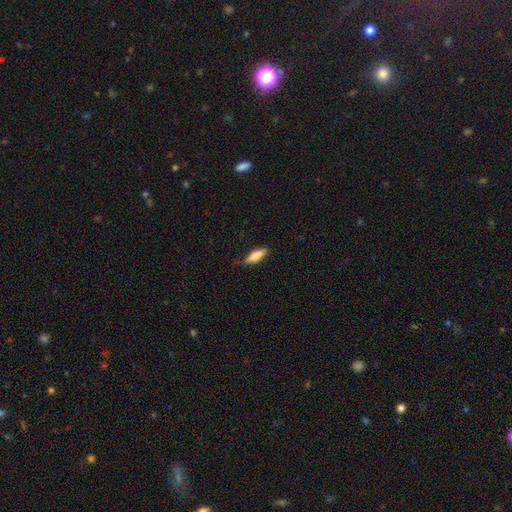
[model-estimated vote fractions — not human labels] smooth-or-featured: smooth: 75% | featured or disk: 19% | star or artifact: 6%
  how-rounded: in between: 50% | cigar-shaped: 49% | round: 2%
  merging: none: 78% | minor disturbance: 18% | major disturbance: 3% | merger: 1%